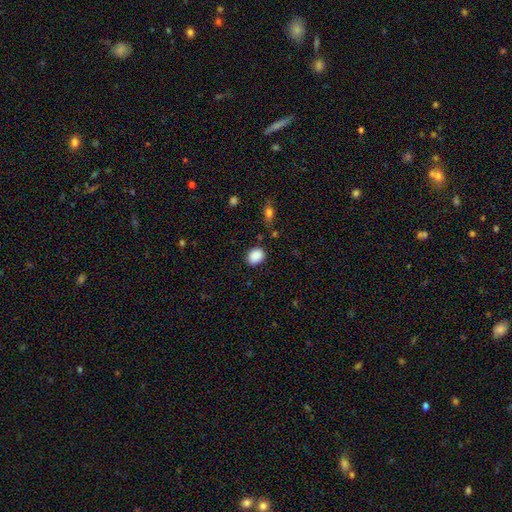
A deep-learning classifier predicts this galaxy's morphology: smooth-or-featured: smooth: 89% | star or artifact: 8% | featured or disk: 3%
  how-rounded: in between: 57% | round: 42% | cigar-shaped: 1%
  merging: none: 83% | minor disturbance: 11% | major disturbance: 3% | merger: 2%